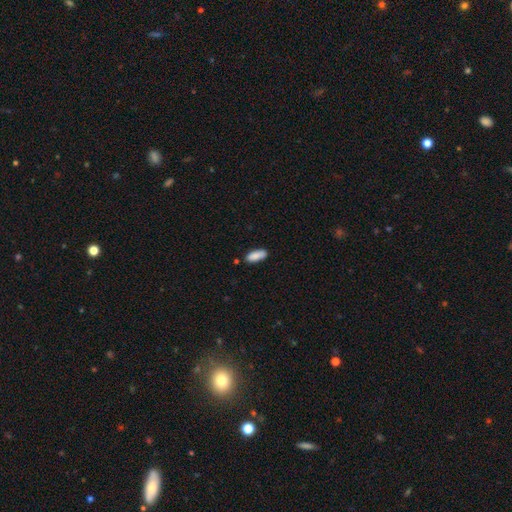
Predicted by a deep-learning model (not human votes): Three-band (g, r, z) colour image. It shows a smooth galaxy with no disk features (88%) that is in between round and cigar-shaped (77%). Merging: none (80%).